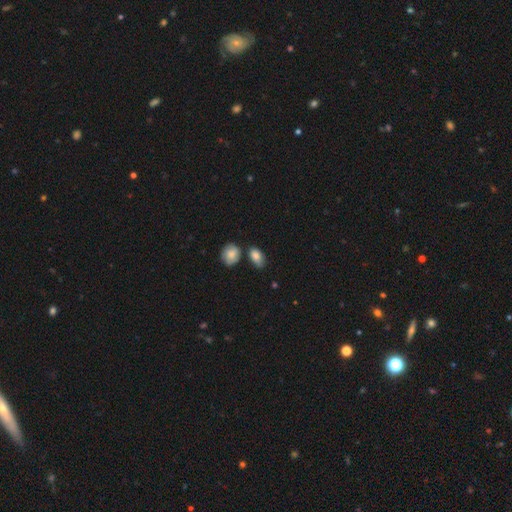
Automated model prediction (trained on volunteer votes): A smooth galaxy with no disk features (83%) that is in between round and cigar-shaped (87%).

Vote fractions:
- Smooth or featured? smooth: 83% / featured or disk: 9% / star or artifact: 8%
- How rounded? in between: 87% / round: 10% / cigar-shaped: 2%
- Merging? none: 58% / minor disturbance: 24% / merger: 13% / major disturbance: 5%